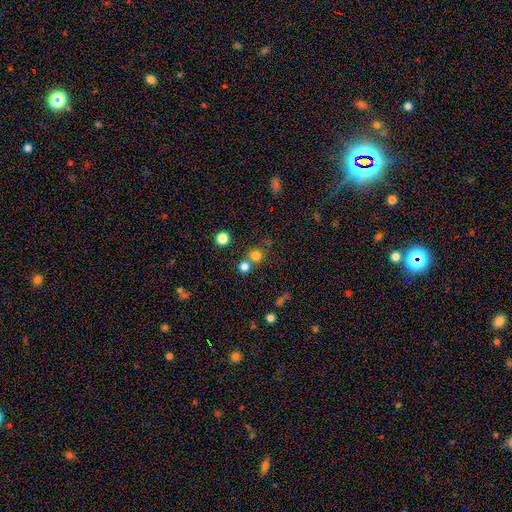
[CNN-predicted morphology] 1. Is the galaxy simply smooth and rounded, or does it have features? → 74% smooth, 18% star or artifact, 7% featured or disk.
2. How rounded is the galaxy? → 90% round, 9% in between, 1% cigar-shaped.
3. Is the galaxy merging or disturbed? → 60% none, 29% merger, 7% minor disturbance, 4% major disturbance.